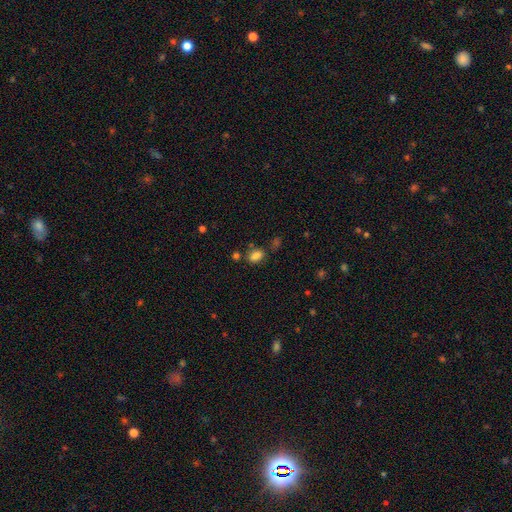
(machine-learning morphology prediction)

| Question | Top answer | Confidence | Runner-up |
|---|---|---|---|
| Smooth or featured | smooth | 81% | star or artifact (14%) |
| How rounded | in between | 83% | round (15%) |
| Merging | none | 64% | minor disturbance (18%) |